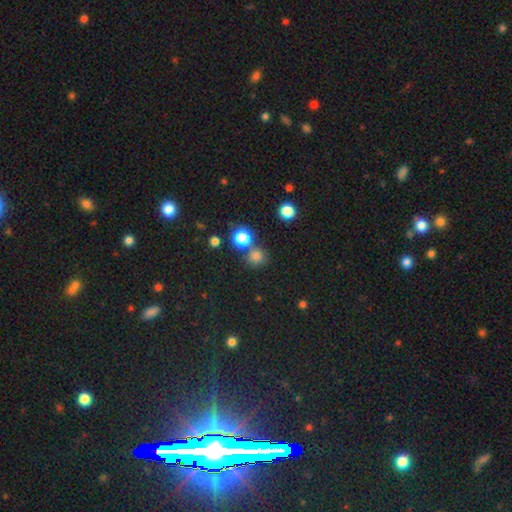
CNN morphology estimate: Q: Smooth or featured?
A: smooth (75%); runner-up: star or artifact (20%)
Q: How rounded?
A: round (88%); runner-up: in between (11%)
Q: Merging?
A: none (68%); runner-up: merger (20%)